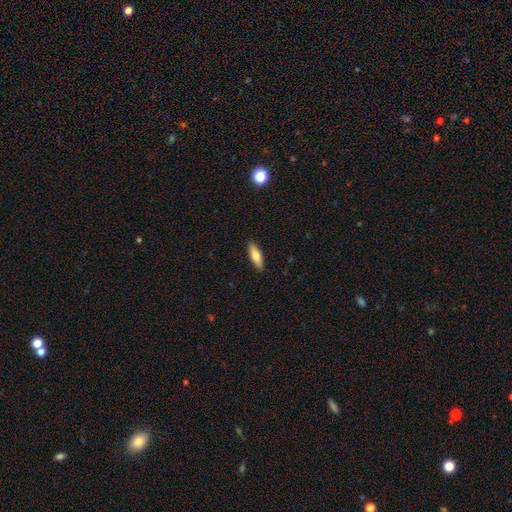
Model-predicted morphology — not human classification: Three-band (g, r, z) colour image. It shows a smooth galaxy with no disk features (74%) that is in between round and cigar-shaped (52%). Merging: none (89%).